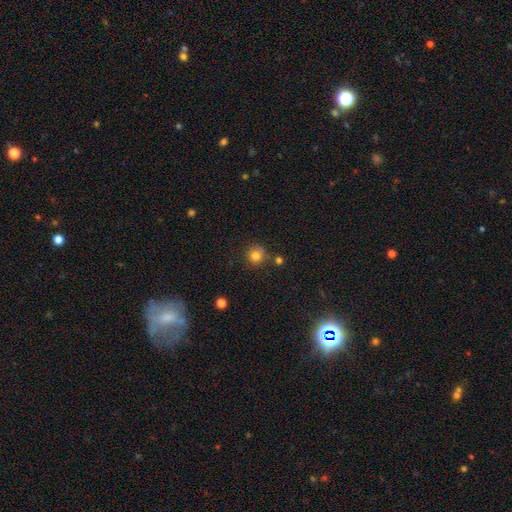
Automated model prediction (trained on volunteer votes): smooth-or-featured: smooth: 81% | star or artifact: 13% | featured or disk: 7%
  how-rounded: round: 91% | in between: 8% | cigar-shaped: 1%
  merging: none: 73% | minor disturbance: 15% | merger: 9% | major disturbance: 4%